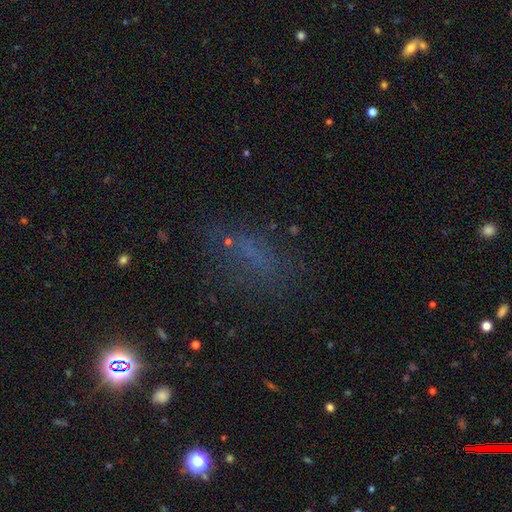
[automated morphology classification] smooth-or-featured: smooth: 43% | star or artifact: 34% | featured or disk: 23%
  merging: none: 56% | major disturbance: 21% | minor disturbance: 19% | merger: 5%